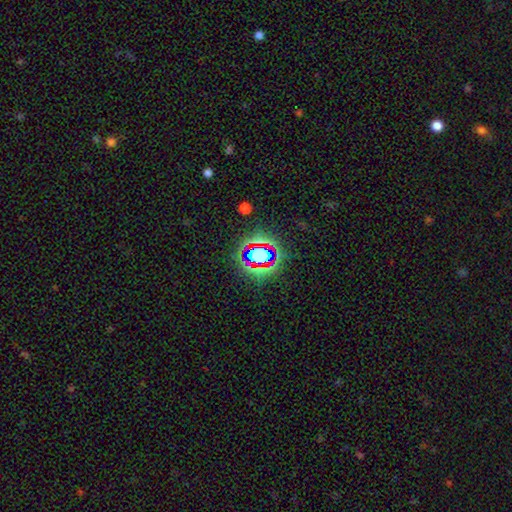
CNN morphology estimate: Q: Smooth or featured?
A: star or artifact (65%); runner-up: smooth (22%)